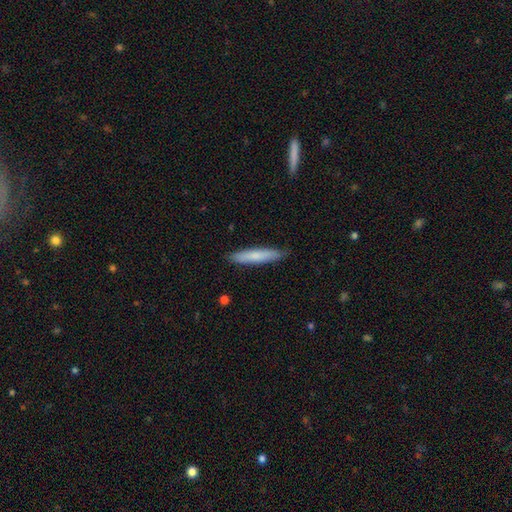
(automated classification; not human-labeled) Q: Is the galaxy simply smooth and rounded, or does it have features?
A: smooth — 76%.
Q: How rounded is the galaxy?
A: cigar-shaped — 90%.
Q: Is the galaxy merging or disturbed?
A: none — 88%.